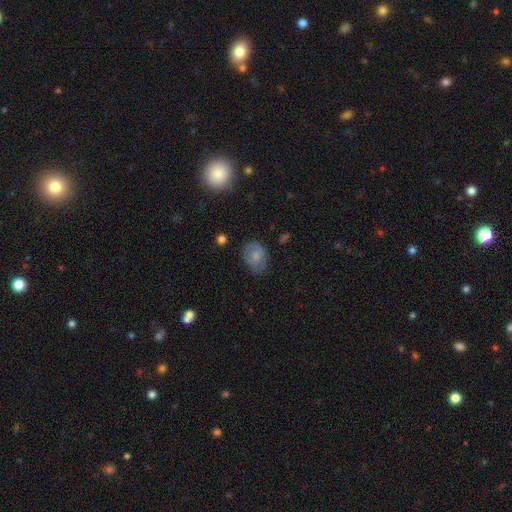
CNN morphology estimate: Smooth or featured? Predicted: smooth (p=0.76). How rounded? Predicted: in between (p=0.70). Merging? Predicted: none (p=0.71).